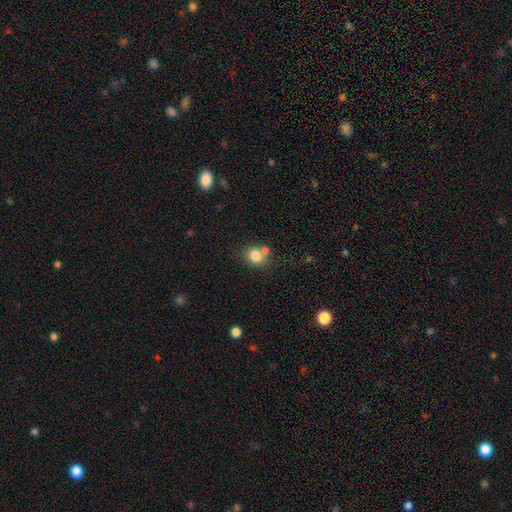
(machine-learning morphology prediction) Smooth or featured? Predicted: smooth (p=0.82). How rounded? Predicted: round (p=0.72). Merging? Predicted: none (p=0.58).